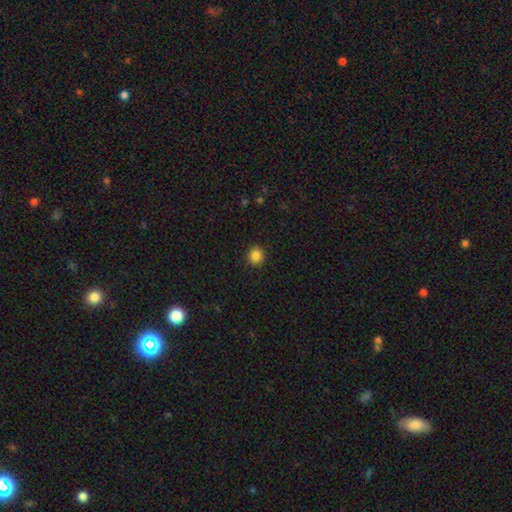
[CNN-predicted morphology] Smooth or featured: smooth — 86% (star or artifact — 11%)
How rounded: round — 90% (in between — 9%)
Merging: none — 92% (minor disturbance — 6%)